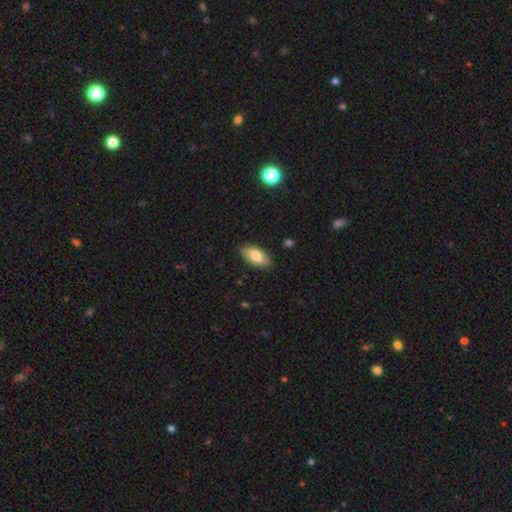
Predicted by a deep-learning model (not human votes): A smooth galaxy with no disk features (82%) that is in between round and cigar-shaped (92%). Merging: none (87%).